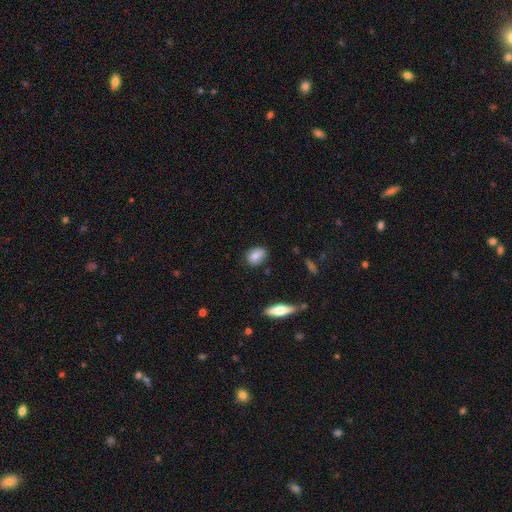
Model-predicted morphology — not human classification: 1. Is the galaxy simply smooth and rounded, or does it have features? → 81% smooth, 11% featured or disk, 8% star or artifact.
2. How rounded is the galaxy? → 64% in between, 34% round, 3% cigar-shaped.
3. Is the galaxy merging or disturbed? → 81% none, 14% minor disturbance, 3% major disturbance, 2% merger.